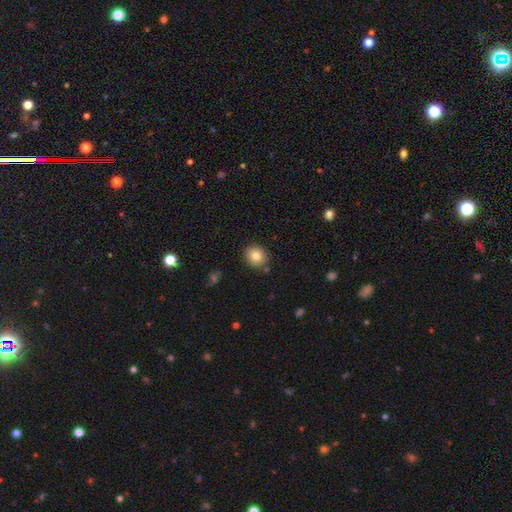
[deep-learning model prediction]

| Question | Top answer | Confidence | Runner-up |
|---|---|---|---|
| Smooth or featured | smooth | 84% | star or artifact (9%) |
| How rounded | round | 85% | in between (14%) |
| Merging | none | 85% | minor disturbance (8%) |